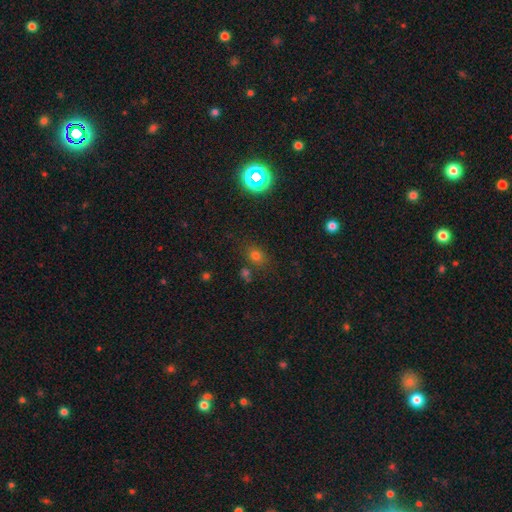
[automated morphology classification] Smooth or featured?
  - smooth: 66% *
  - star or artifact: 26%
  - featured or disk: 8%
How rounded?
  - round: 49% * (tied)
  - in between: 49% * (tied)
  - cigar-shaped: 1%
Merging?
  - none: 75% *
  - minor disturbance: 12%
  - merger: 9%
  - major disturbance: 4%